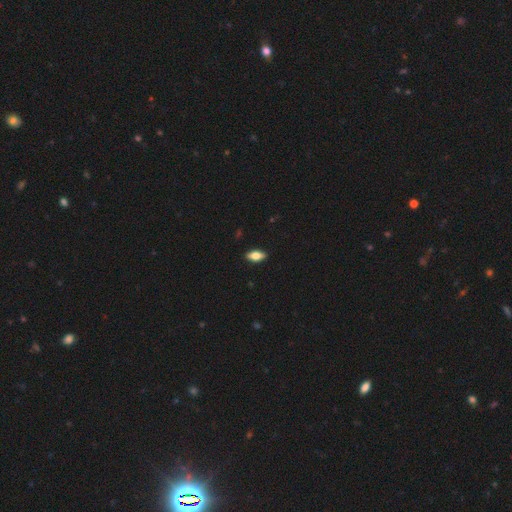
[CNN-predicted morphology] type=smooth (69%); roundness=in between (83%); merging=none (89%).